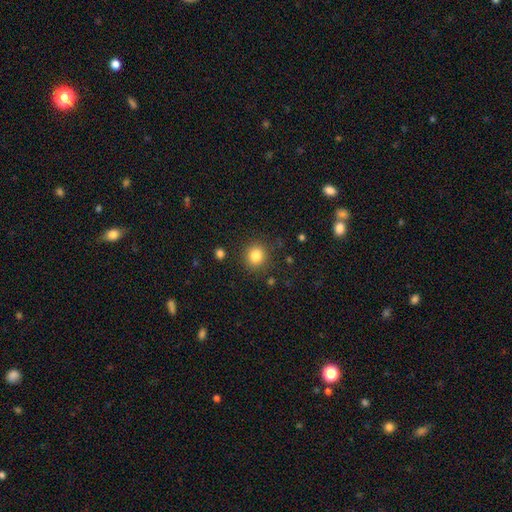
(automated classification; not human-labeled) Overall: smooth (83%). How rounded: round (84%). Merging: none (87%).